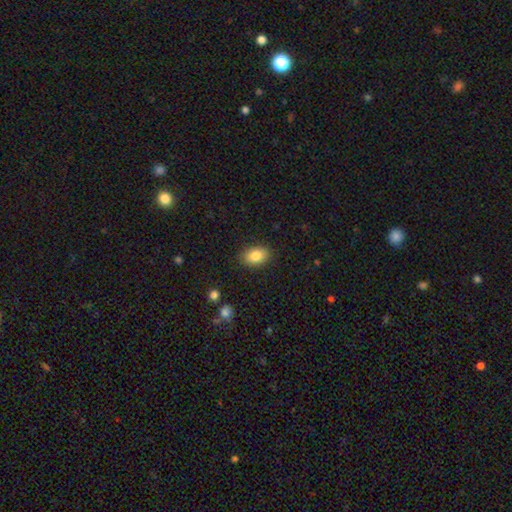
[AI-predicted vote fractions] This appears to be a smooth galaxy with no disk features (85%) that is in between round and cigar-shaped (84%). Merging: none (87%).